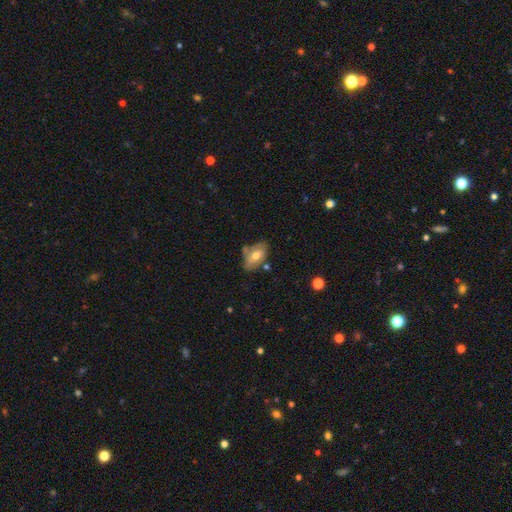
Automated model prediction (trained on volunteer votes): smooth 59%, featured or disk 33%, star or artifact 8%. Down the decision tree: how rounded — in between (90%); merging — none (55%).